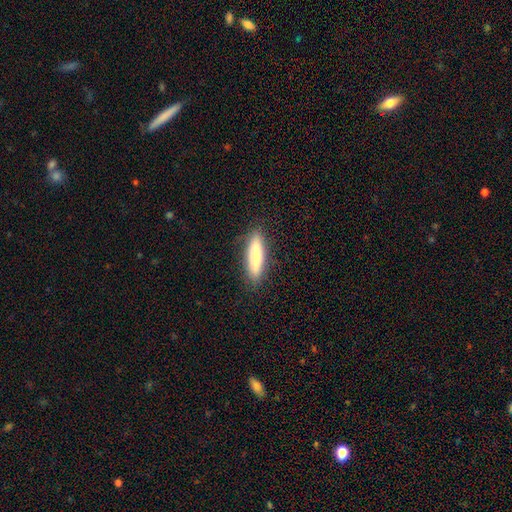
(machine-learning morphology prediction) The model was most divided on "how rounded": cigar-shaped: 73%, in between: 25%, round: 1%. More confident: merging — none (86%); smooth or featured — smooth (78%).